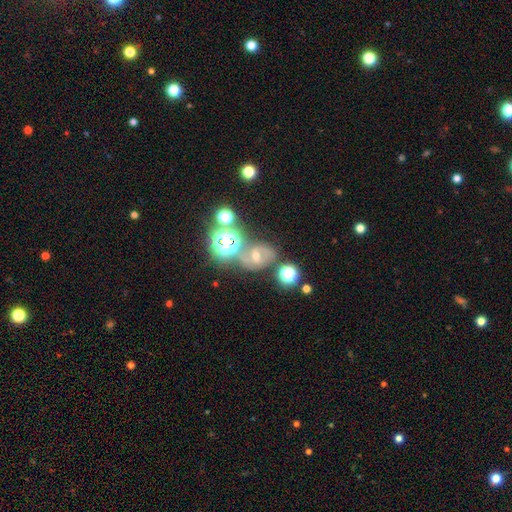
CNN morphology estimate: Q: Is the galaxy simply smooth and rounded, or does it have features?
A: featured or disk — 40%.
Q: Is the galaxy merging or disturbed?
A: none — 55%.